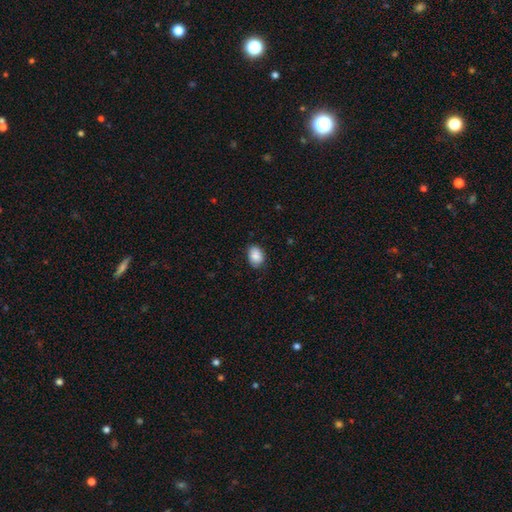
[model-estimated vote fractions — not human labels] Smooth or featured: smooth — 88% (star or artifact — 7%)
How rounded: in between — 75% (round — 24%)
Merging: none — 82% (minor disturbance — 15%)